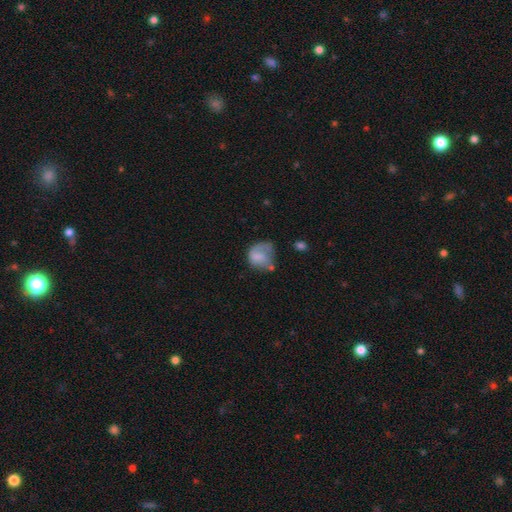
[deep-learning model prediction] Morphology: type=smooth (57%); roundness=round (60%); merging=none (37%).